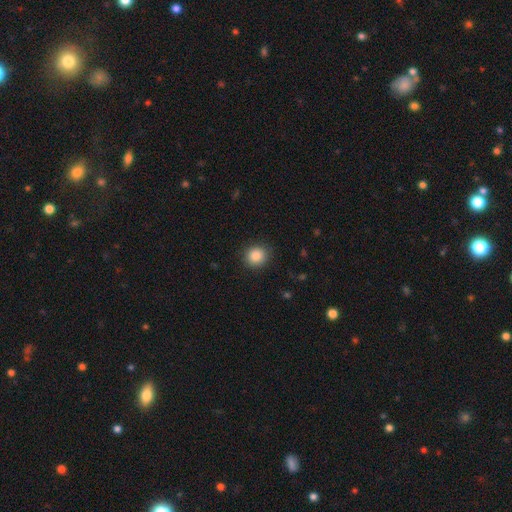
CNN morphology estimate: Smooth or featured? smooth (87%)
How rounded? round (83%)
Merging? none (87%)